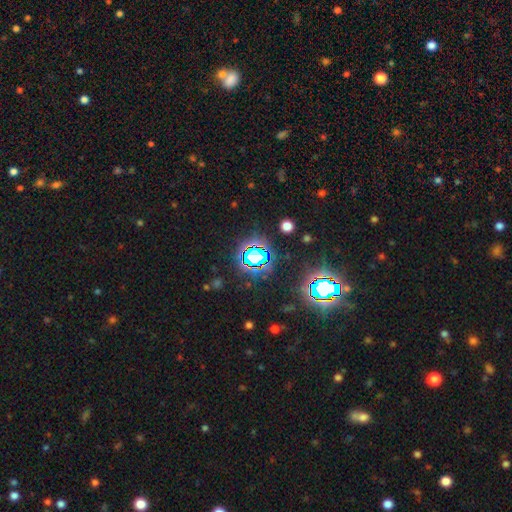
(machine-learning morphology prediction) A star or artifact, not a galaxy (72%).